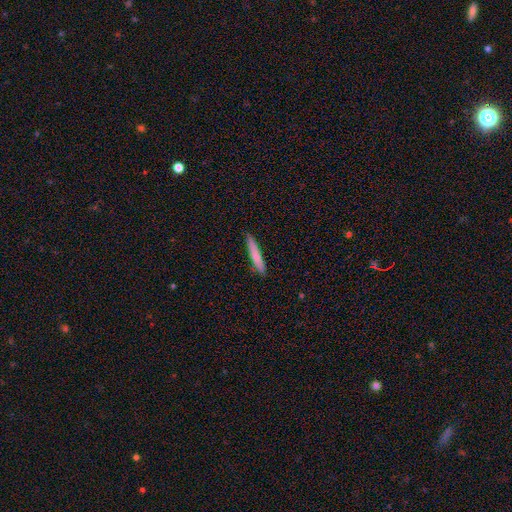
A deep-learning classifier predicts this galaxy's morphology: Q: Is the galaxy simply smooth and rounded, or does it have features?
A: smooth — 74%.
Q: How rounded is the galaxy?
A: cigar-shaped — 94%.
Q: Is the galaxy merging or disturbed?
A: none — 86%.